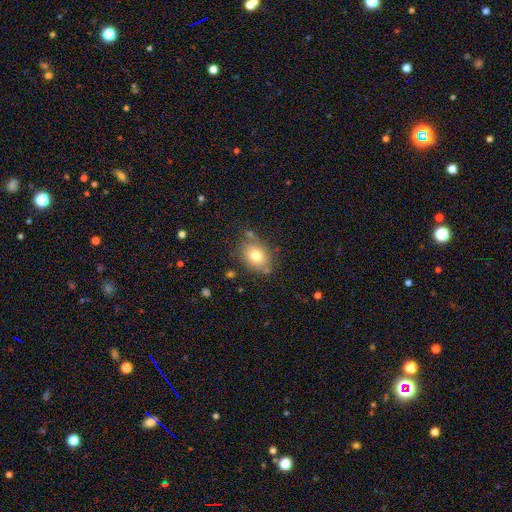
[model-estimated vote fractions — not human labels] A smooth galaxy with no disk features (76%) that is in between round and cigar-shaped (64%). Merging: none (73%).